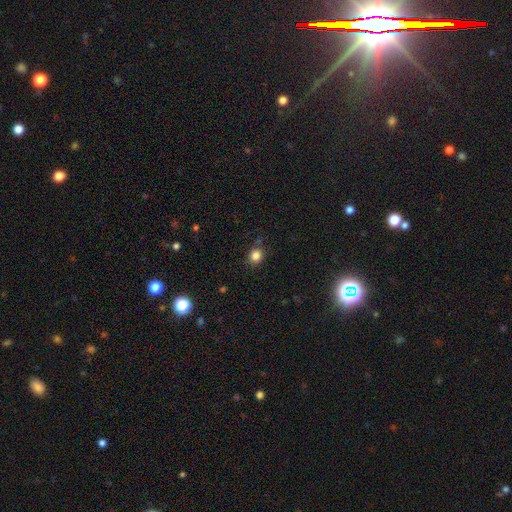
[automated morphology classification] smooth 83%, star or artifact 12%, featured or disk 5%. Down the decision tree: how rounded — round (78%); merging — none (81%).